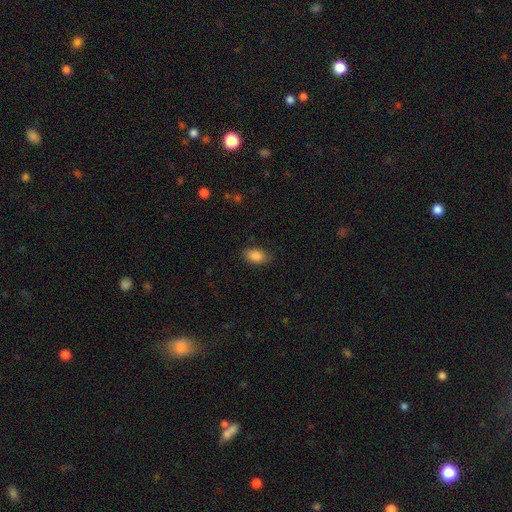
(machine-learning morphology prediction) Smooth or featured?
  - smooth: 88% *
  - star or artifact: 8%
  - featured or disk: 5%
How rounded?
  - in between: 91% *
  - round: 7%
  - cigar-shaped: 2%
Merging?
  - none: 85% *
  - minor disturbance: 12%
  - major disturbance: 3%
  - merger: 1%